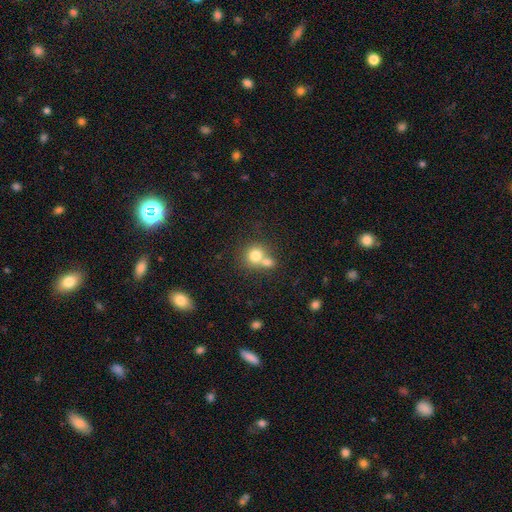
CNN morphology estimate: Smooth or featured?
  - smooth: 78% *
  - featured or disk: 12%
  - star or artifact: 11%
How rounded?
  - round: 80% *
  - in between: 19%
  - cigar-shaped: 1%
Merging?
  - merger: 50% *
  - none: 39%
  - minor disturbance: 7%
  - major disturbance: 3%